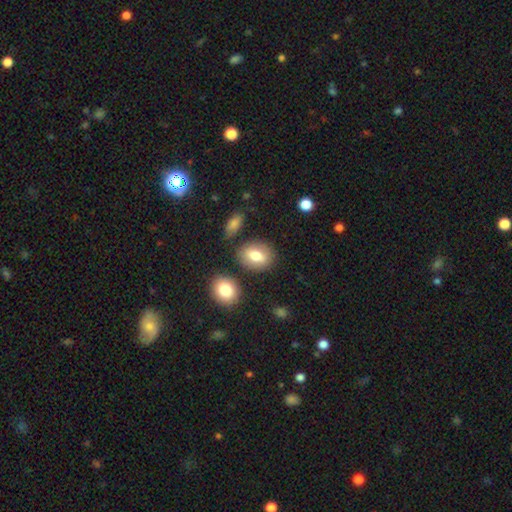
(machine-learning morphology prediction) A smooth galaxy with no disk features (74%) that is in between round and cigar-shaped (69%).

Vote fractions:
- Smooth or featured? smooth: 74% / featured or disk: 18% / star or artifact: 8%
- How rounded? in between: 69% / round: 29% / cigar-shaped: 2%
- Merging? none: 77% / minor disturbance: 12% / merger: 7% / major disturbance: 4%